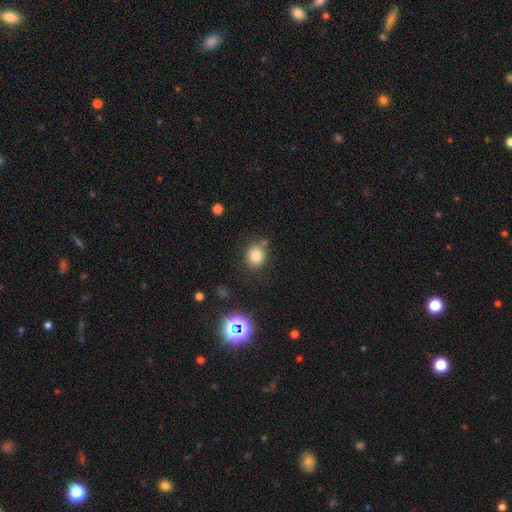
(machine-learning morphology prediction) type=smooth (80%); roundness=round (72%); merging=none (78%).